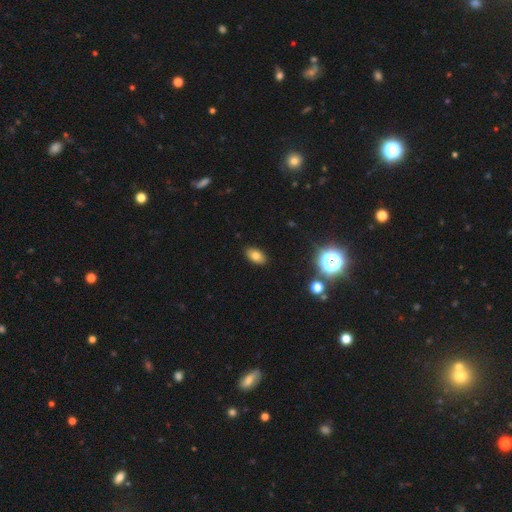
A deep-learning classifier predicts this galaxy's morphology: smooth 75%, star or artifact 13%, featured or disk 11%. Down the decision tree: how rounded — in between (90%); merging — none (88%).